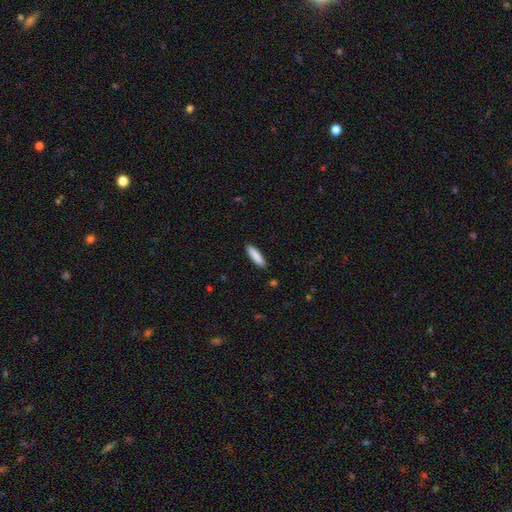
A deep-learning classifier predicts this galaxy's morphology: This appears to be a smooth galaxy with no disk features (88%) that is cigar-shaped (71%). Merging: none (89%).